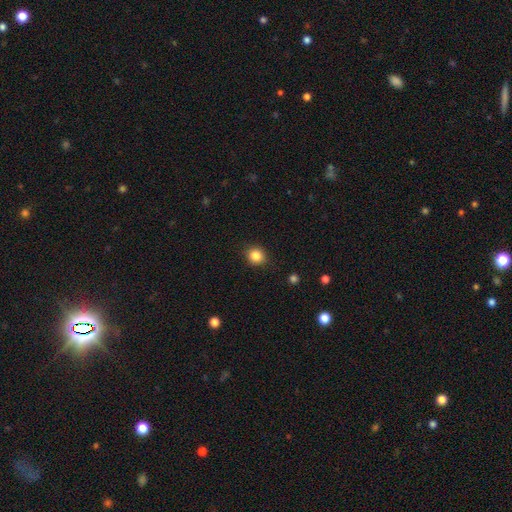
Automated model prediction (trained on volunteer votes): smooth 85%, star or artifact 11%, featured or disk 5%. Down the decision tree: how rounded — round (83%); merging — none (89%).